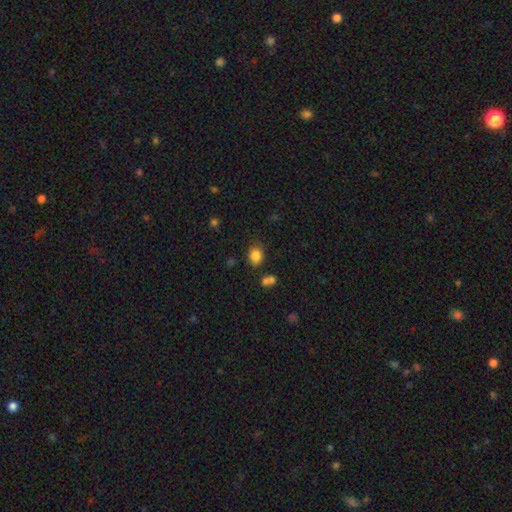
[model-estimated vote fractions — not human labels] Smooth or featured? smooth (83%)
How rounded? in between (51%)
Merging? none (75%)